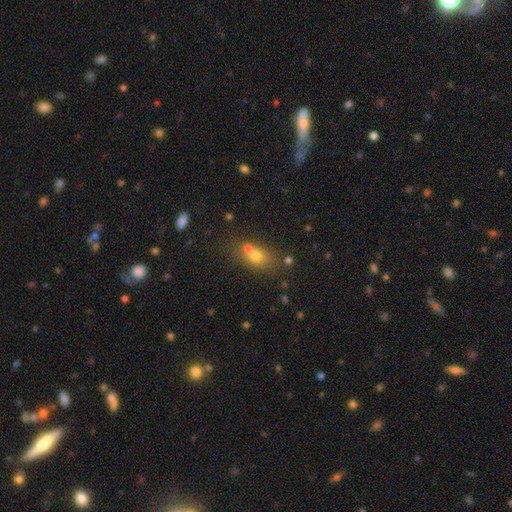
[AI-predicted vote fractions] Smooth or featured? Predicted: smooth (p=0.68). How rounded? Predicted: in between (p=0.58). Merging? Predicted: none (p=0.49).